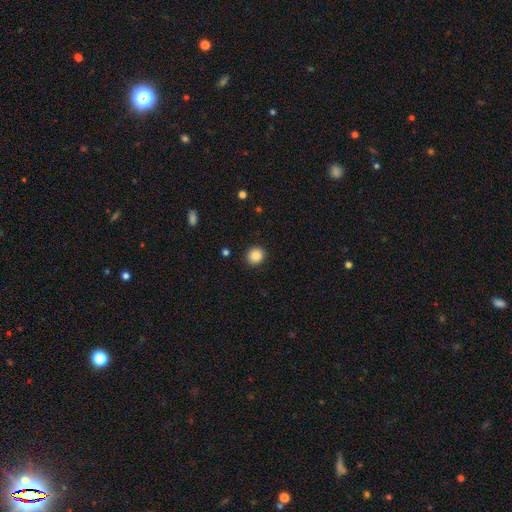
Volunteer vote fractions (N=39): Smooth or featured: smooth — 90% (star or artifact — 10%)
How rounded: round — 89% (in between — 11%)
Merging: none — 86% (minor disturbance — 11%)